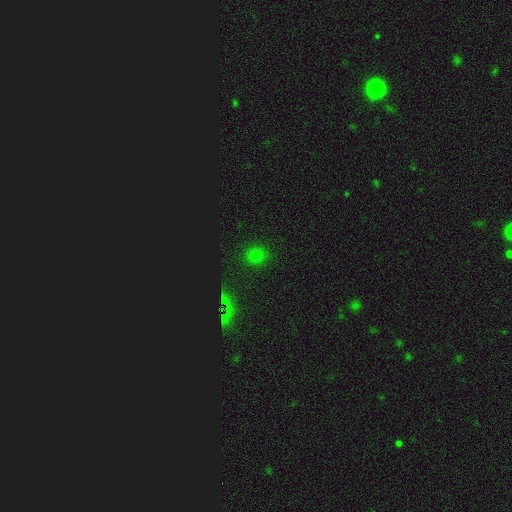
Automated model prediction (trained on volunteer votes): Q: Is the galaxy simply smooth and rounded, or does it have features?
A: smooth — 65%.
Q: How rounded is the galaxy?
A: round — 82%.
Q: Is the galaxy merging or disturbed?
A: none — 87%.